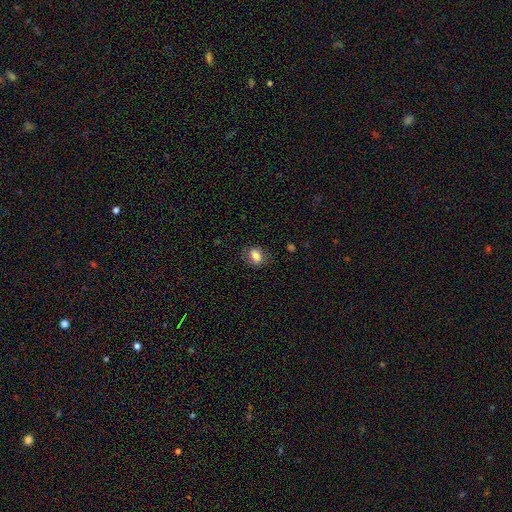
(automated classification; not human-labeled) Morphology: type=smooth (80%); roundness=in between (60%); merging=none (77%).